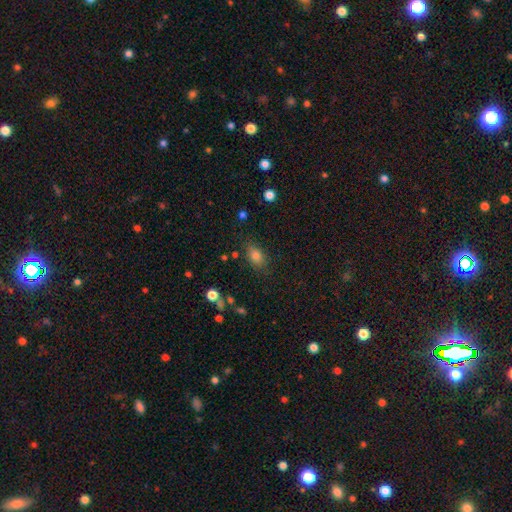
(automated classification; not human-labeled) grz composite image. It shows a smooth galaxy with no disk features (80%) that is in between round and cigar-shaped (81%). Merging: none (80%).